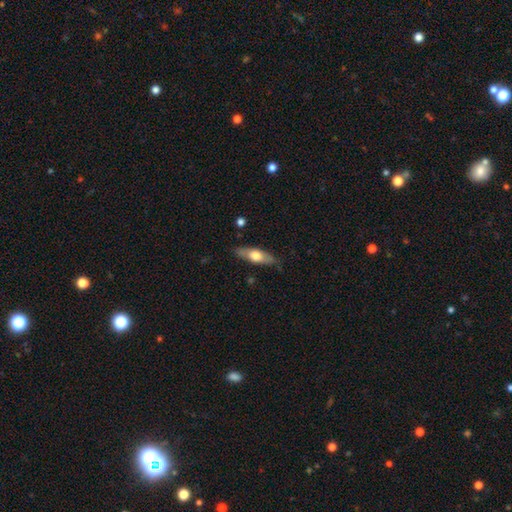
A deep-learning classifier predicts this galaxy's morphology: Overall: smooth (57%; featured or disk 38%). How rounded: in between (57%; cigar-shaped 40%). Merging: none (82%).